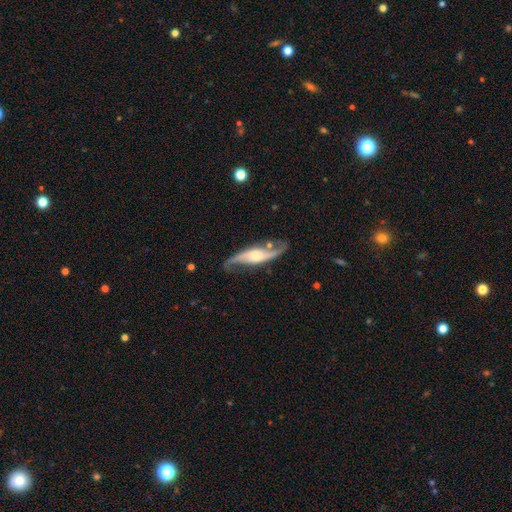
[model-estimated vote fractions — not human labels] Smooth or featured? featured or disk (84%)
Edge-on disk? no (81%)
Bar? no (51%)
Spiral arms? yes (95%)
Spiral winding? loose (75%)
Spiral arm count? 2 (92%)
Bulge size? moderate (44%)
Merging? none (72%)